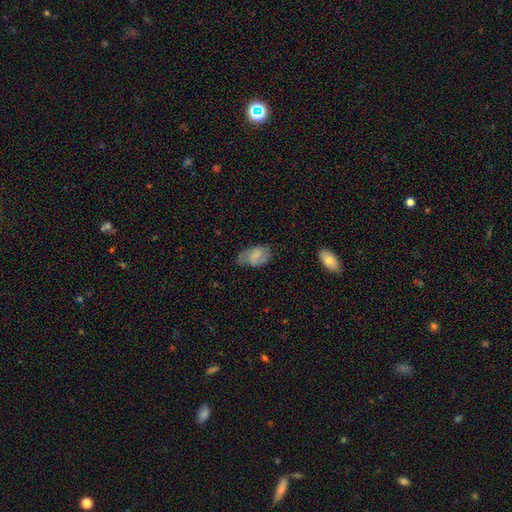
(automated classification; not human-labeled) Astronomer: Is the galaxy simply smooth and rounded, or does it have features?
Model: smooth — 53% (runner-up: featured or disk, 39%).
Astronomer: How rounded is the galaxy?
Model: in between — 90%.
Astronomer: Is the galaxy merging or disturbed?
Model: none — 54% (runner-up: minor disturbance, 32%).